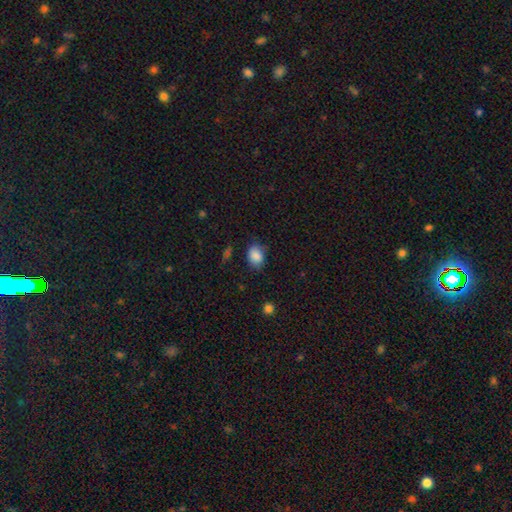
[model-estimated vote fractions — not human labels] smooth_or_featured: smooth (p=0.85) [alt: star or artifact p=0.09]
how_rounded: in between (p=0.66) [alt: round p=0.32]
merging: none (p=0.68) [alt: minor disturbance p=0.24]